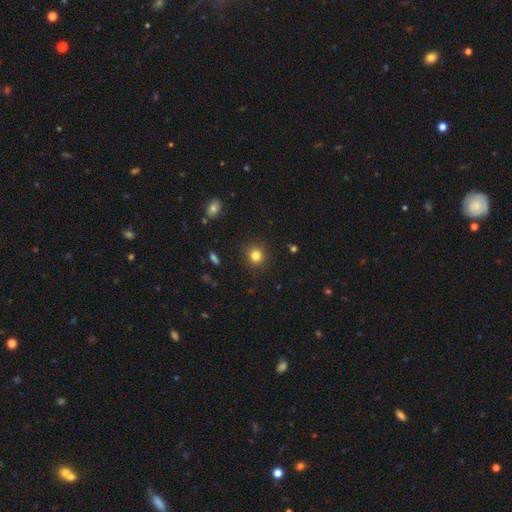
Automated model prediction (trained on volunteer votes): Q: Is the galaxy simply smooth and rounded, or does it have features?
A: smooth — 82%.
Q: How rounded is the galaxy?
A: round — 88%.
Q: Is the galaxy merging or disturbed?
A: none — 90%.